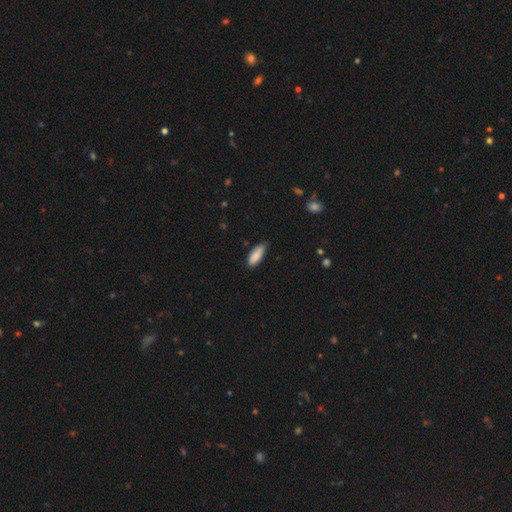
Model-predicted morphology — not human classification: A smooth galaxy with no disk features (86%) that is in between round and cigar-shaped (67%).

Vote fractions:
- Smooth or featured? smooth: 86% / featured or disk: 8% / star or artifact: 6%
- How rounded? in between: 67% / cigar-shaped: 31% / round: 2%
- Merging? none: 70% / minor disturbance: 25% / major disturbance: 3% / merger: 1%